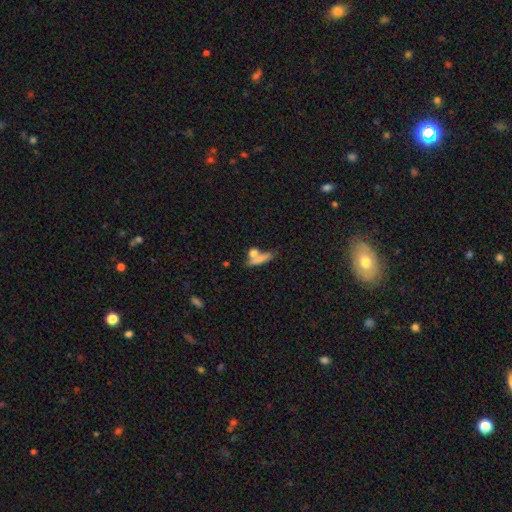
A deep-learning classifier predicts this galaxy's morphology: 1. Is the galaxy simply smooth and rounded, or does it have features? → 71% smooth, 19% featured or disk, 10% star or artifact.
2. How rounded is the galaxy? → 52% cigar-shaped, 32% in between, 16% round.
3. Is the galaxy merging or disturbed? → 47% none, 34% merger, 12% minor disturbance, 7% major disturbance.